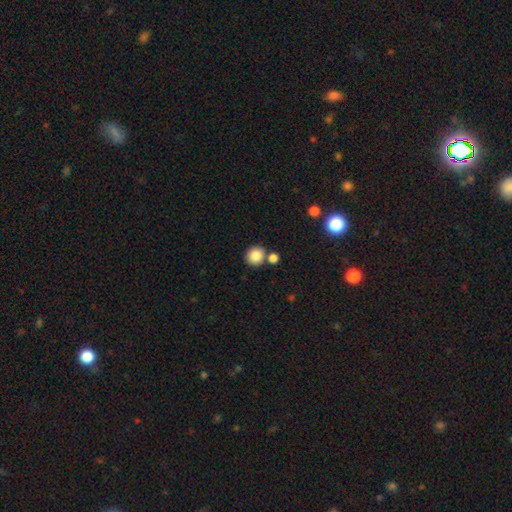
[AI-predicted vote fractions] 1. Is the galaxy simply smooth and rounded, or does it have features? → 84% smooth, 10% star or artifact, 6% featured or disk.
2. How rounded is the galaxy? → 89% round, 10% in between, 1% cigar-shaped.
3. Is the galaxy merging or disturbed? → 72% none, 17% merger, 8% minor disturbance, 2% major disturbance.